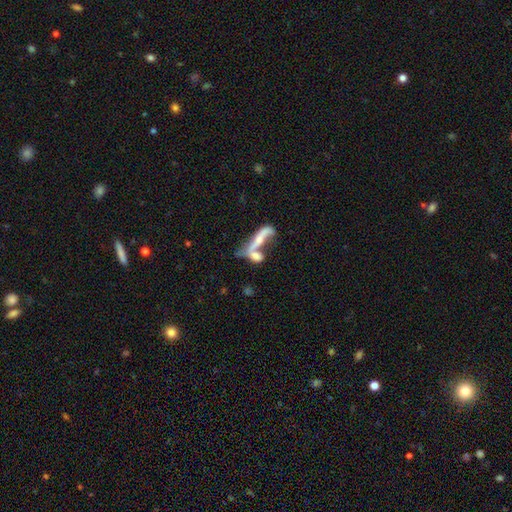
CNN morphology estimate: Q: Smooth or featured?
A: smooth (49%); runner-up: featured or disk (41%)
Q: Merging?
A: merger (62%); runner-up: none (18%)